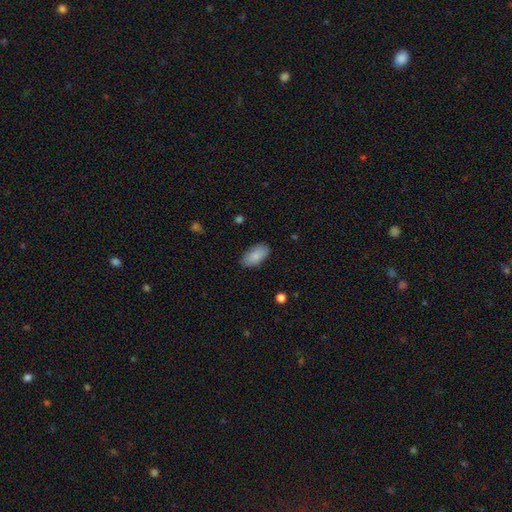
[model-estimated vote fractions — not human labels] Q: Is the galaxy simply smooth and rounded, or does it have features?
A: smooth — 86%.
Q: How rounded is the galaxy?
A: in between — 93%.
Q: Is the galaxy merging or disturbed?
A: none — 84%.